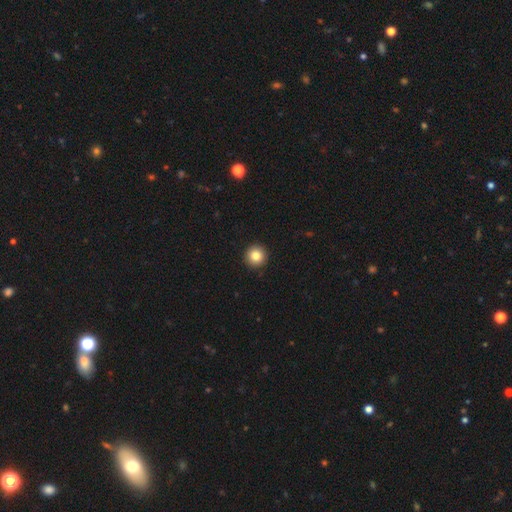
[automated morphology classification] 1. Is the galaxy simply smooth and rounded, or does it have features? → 83% smooth, 10% star or artifact, 7% featured or disk.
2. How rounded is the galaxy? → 96% round, 3% in between, 1% cigar-shaped.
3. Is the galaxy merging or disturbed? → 94% none, 4% minor disturbance, 1% major disturbance, 1% merger.